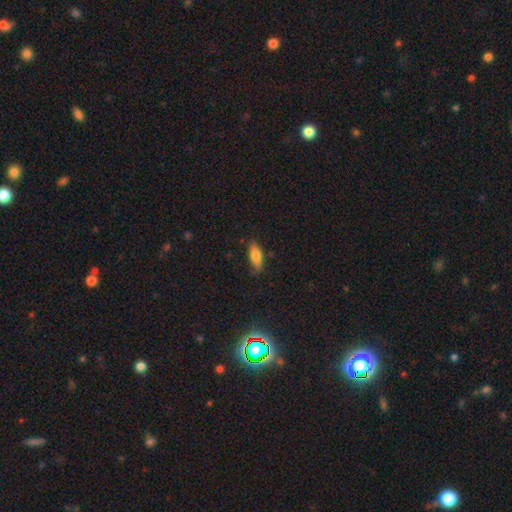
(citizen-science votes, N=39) This appears to be a smooth galaxy with no disk features (77%) that is in between round and cigar-shaped (70%). Merging: none (84%).